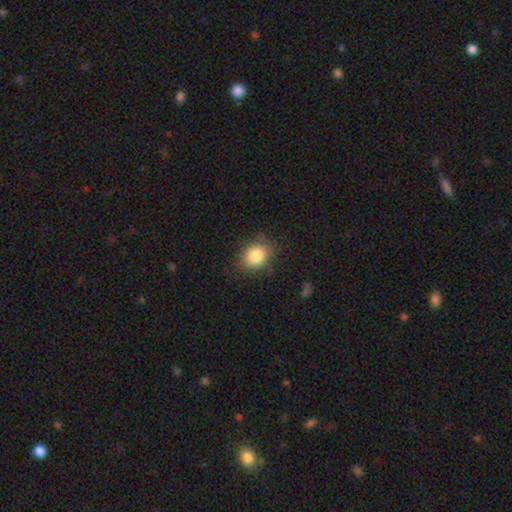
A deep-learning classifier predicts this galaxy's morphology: Smooth or featured?
  - smooth: 85% *
  - star or artifact: 9%
  - featured or disk: 7%
How rounded?
  - in between: 53% *
  - round: 46%
  - cigar-shaped: 1%
Merging?
  - none: 81% *
  - minor disturbance: 13%
  - major disturbance: 4%
  - merger: 1%